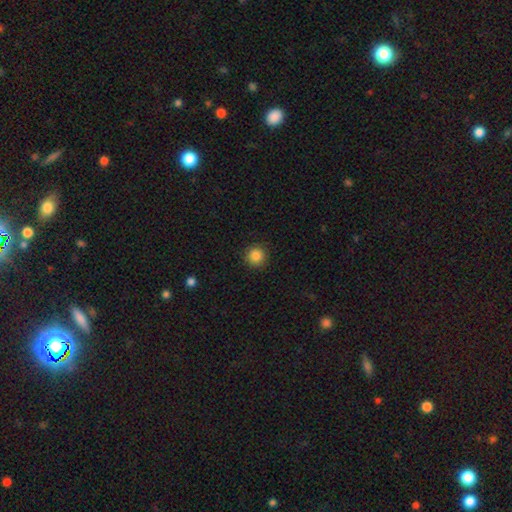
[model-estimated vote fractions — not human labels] smooth-or-featured: smooth: 85% | star or artifact: 10% | featured or disk: 5%
  how-rounded: round: 95% | in between: 4% | cigar-shaped: 1%
  merging: none: 90% | minor disturbance: 7% | major disturbance: 2% | merger: 1%